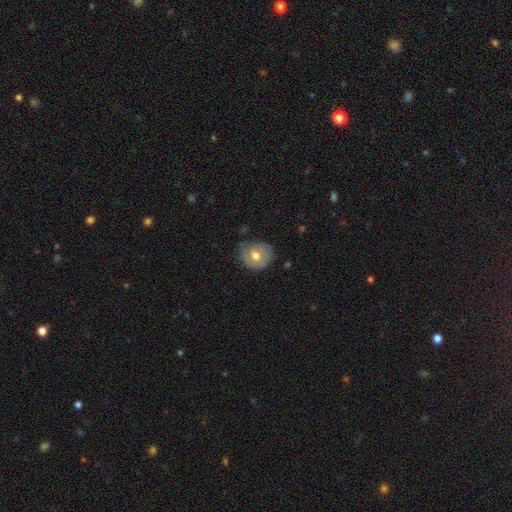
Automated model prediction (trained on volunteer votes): Morphology: type=smooth (65%); roundness=round (80%); merging=none (70%).